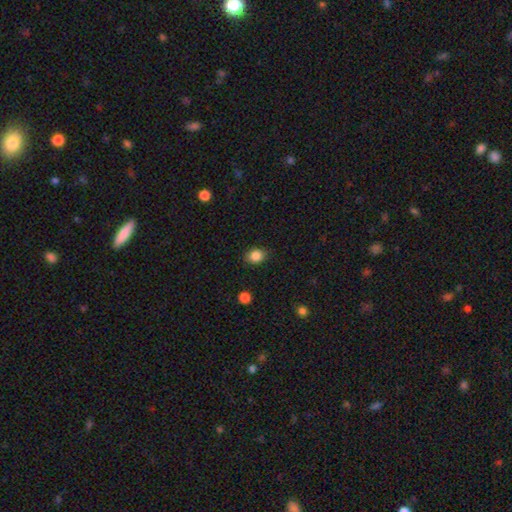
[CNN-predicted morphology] type=smooth (86%); roundness=round (52%); merging=none (86%).